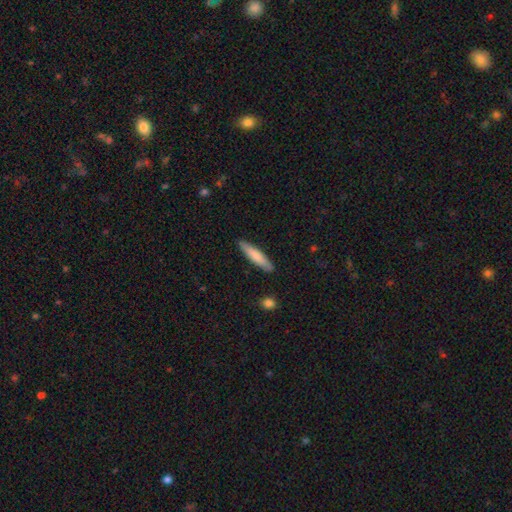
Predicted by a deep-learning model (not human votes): Morphology: type=smooth (77%); roundness=cigar-shaped (86%); merging=none (88%).